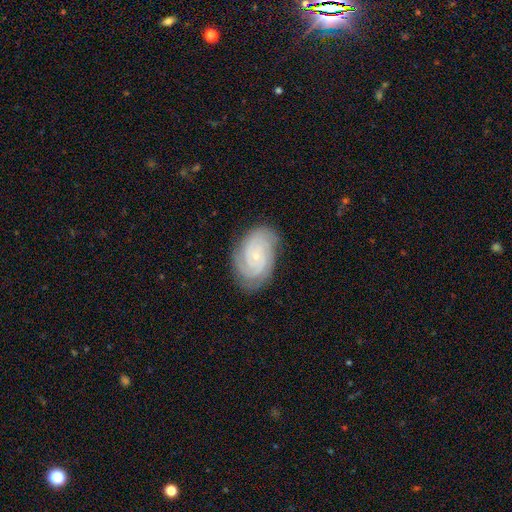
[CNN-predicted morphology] This appears to be a featured or disk galaxy (84%) with no bar (72%), 3 (30%) tight (74%) spiral arms (97%) and a small central bulge (83%). Merging: none (79%).